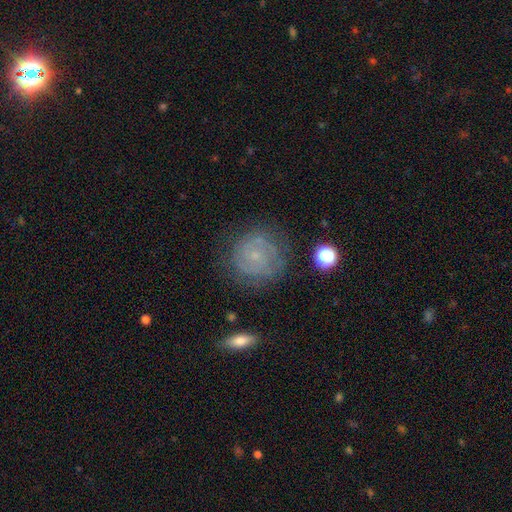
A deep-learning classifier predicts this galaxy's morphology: This is likely a featured or disk galaxy (62%). It is clearly not viewed edge-on (97%). Bar: clearly no (81%). Spiral arm pattern: clearly yes (81%). Central bulge: likely small (79%). Merging: likely none (73%).